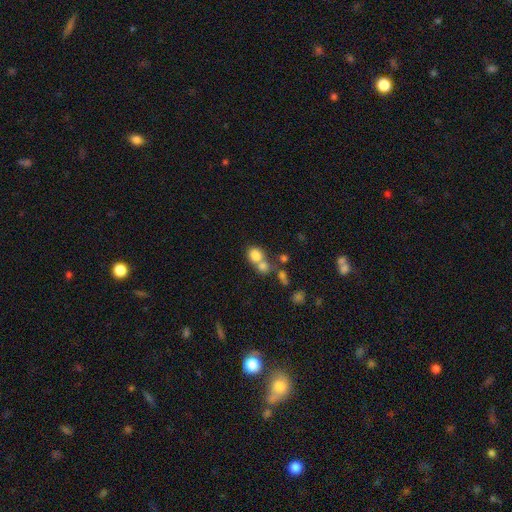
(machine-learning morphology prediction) This is likely a smooth galaxy (78%). How rounded: likely round (63%). Merging: possibly merger (53%).